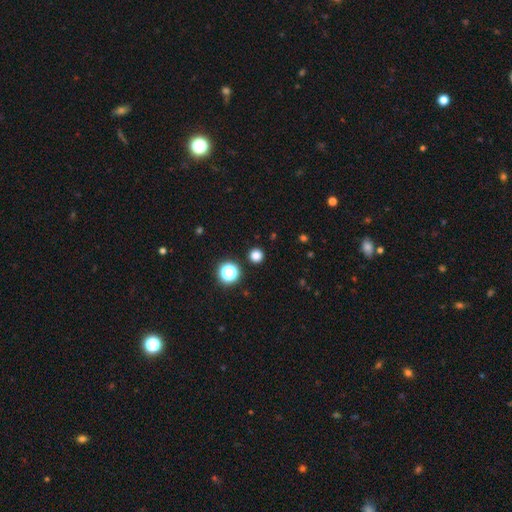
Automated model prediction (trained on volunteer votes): Smooth or featured: smooth — 79% (star or artifact — 17%)
How rounded: round — 96% (in between — 3%)
Merging: none — 92% (minor disturbance — 5%)